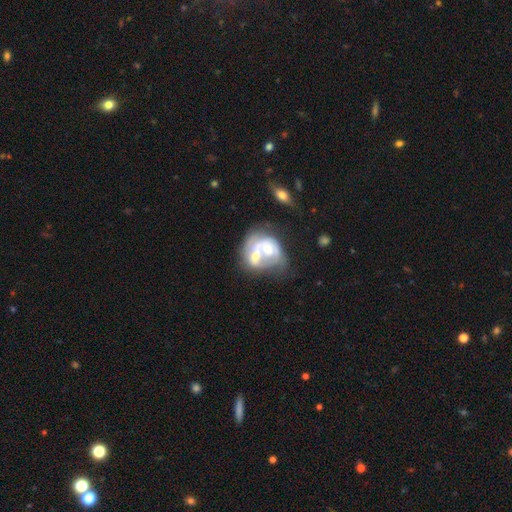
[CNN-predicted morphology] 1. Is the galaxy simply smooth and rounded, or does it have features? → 58% featured or disk, 34% smooth, 7% star or artifact.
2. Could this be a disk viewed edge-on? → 96% no, 4% yes.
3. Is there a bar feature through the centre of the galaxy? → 79% no, 16% weak, 5% strong.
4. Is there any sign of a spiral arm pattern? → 62% no, 38% yes.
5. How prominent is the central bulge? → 60% moderate, 25% small, 8% large, 5% none, 2% dominant.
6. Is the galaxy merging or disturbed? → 72% merger, 13% none, 8% major disturbance, 7% minor disturbance.